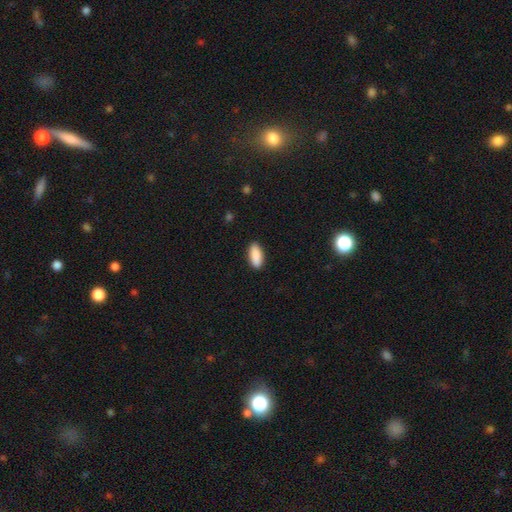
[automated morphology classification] A smooth galaxy with no disk features (90%) that is in between round and cigar-shaped (83%). Merging: none (90%).